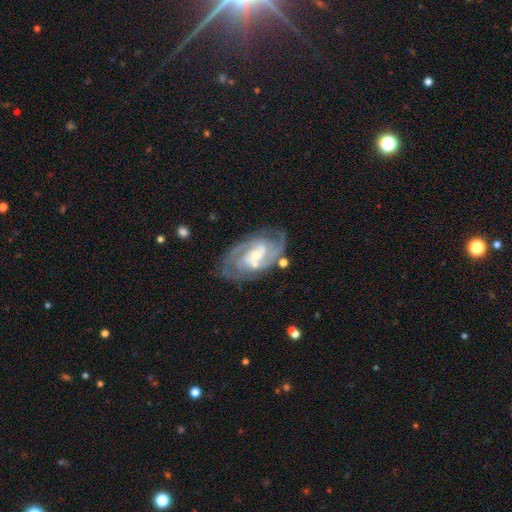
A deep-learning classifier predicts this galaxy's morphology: This appears to be a featured or disk galaxy (89%) with a weak bar (41%, tied with no), 2 (53%) tight (53%) spiral arms (97%) and a small central bulge (58%). Merging: none (72%).